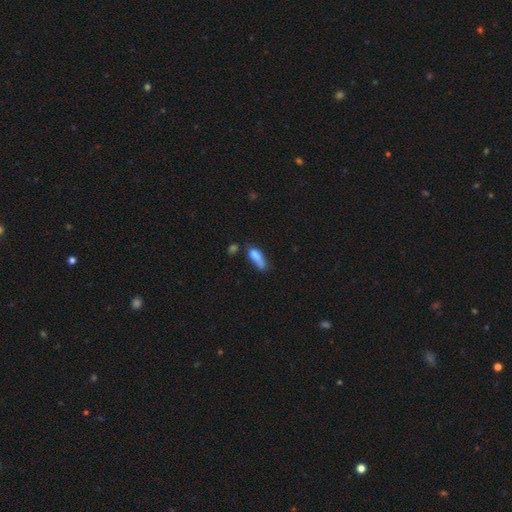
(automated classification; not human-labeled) smooth-or-featured: smooth: 72% | featured or disk: 18% | star or artifact: 10%
  how-rounded: in between: 61% | cigar-shaped: 34% | round: 5%
  merging: none: 28% | merger: 27% | minor disturbance: 24% | major disturbance: 21%